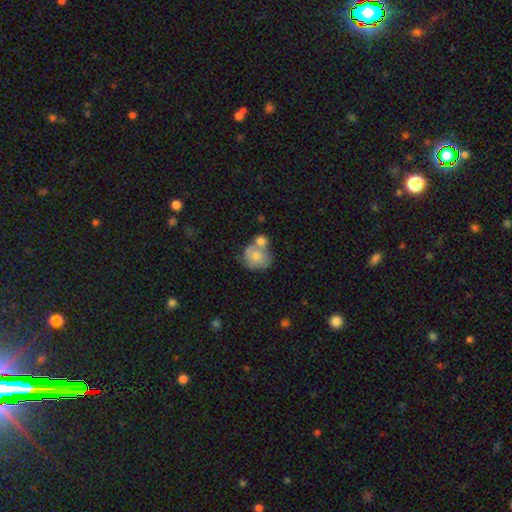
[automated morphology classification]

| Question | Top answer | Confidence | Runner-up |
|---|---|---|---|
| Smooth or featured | smooth | 61% | featured or disk (32%) |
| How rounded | round | 75% | in between (24%) |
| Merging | merger | 49% | none (30%) |